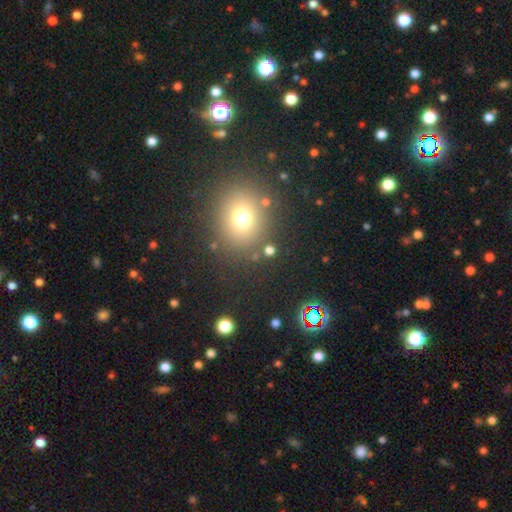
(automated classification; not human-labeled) This is likely a smooth galaxy (60%). How rounded: likely round (65%). Merging: clearly none (86%).